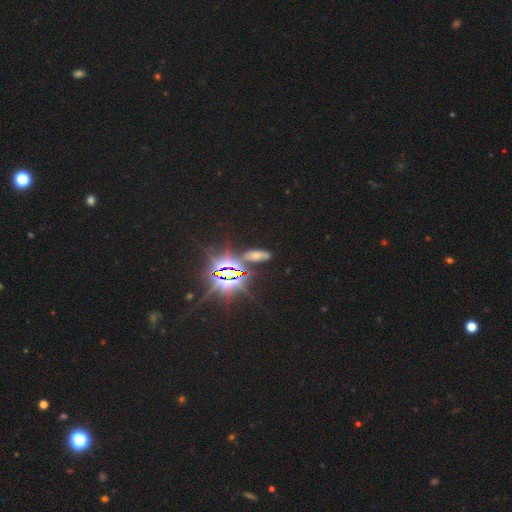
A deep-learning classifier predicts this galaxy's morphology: A star or artifact, not a galaxy (54%).

Vote fractions:
- Smooth or featured? star or artifact: 54% / smooth: 29% / featured or disk: 16%